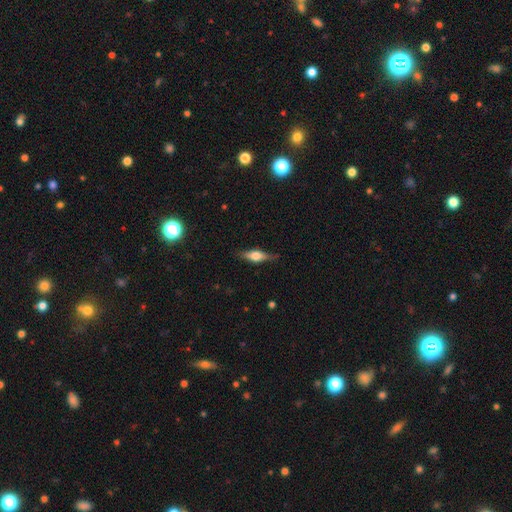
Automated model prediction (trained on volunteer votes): This appears to be a featured or disk galaxy (56%) viewed edge-on (94%) with a rounded central bulge (88%). Merging: none (82%).